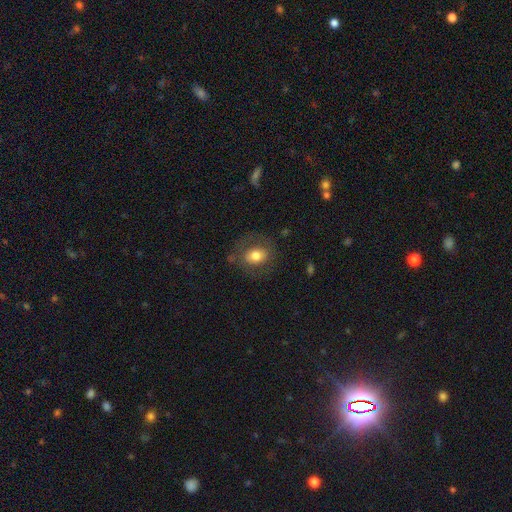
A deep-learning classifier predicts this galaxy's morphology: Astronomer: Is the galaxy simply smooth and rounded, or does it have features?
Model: smooth — 67%.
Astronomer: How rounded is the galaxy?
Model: round — 50% (runner-up: in between, 49%).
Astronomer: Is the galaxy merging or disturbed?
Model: none — 71%.